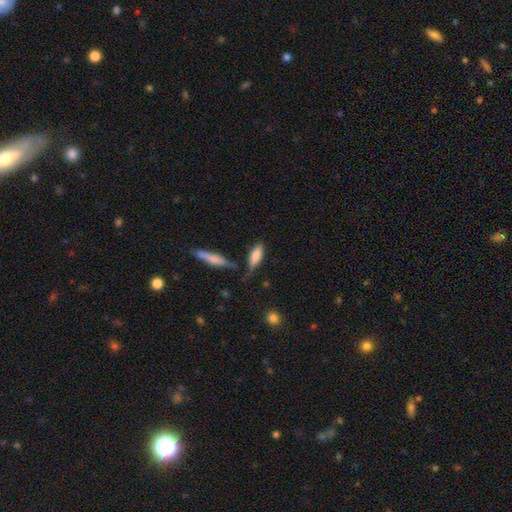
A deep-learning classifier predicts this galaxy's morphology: smooth 79%, featured or disk 15%, star or artifact 7%. Down the decision tree: how rounded — in between (64%); merging — none (57%).